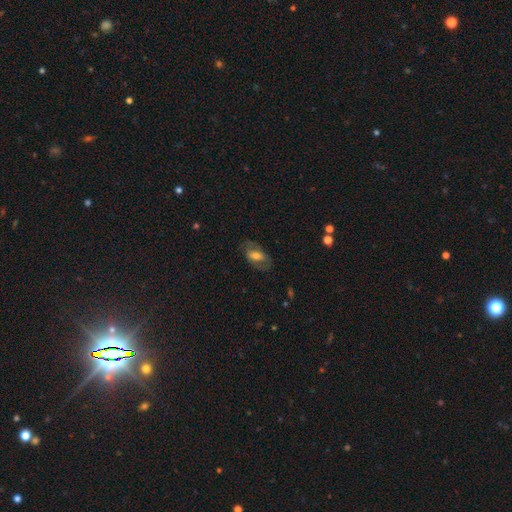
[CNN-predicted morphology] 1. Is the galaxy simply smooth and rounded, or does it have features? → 51% smooth, 41% featured or disk, 8% star or artifact.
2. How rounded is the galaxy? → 89% in between, 7% round, 4% cigar-shaped.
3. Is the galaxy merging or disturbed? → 70% none, 18% minor disturbance, 11% major disturbance, 1% merger.